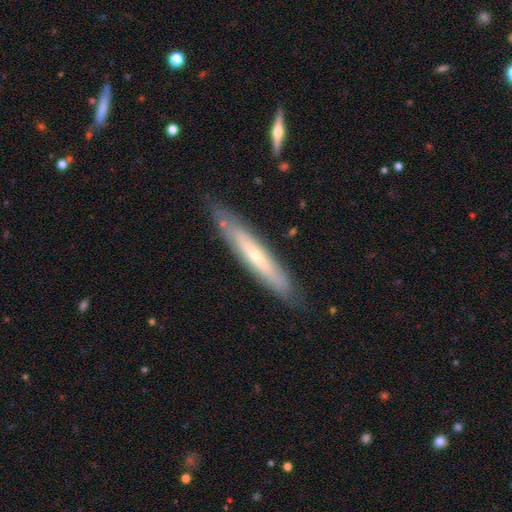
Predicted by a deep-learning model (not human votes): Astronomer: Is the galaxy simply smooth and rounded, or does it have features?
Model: featured or disk — 54% (runner-up: smooth, 39%).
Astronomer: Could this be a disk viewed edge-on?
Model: yes — 78%.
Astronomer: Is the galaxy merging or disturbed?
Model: none — 82%.